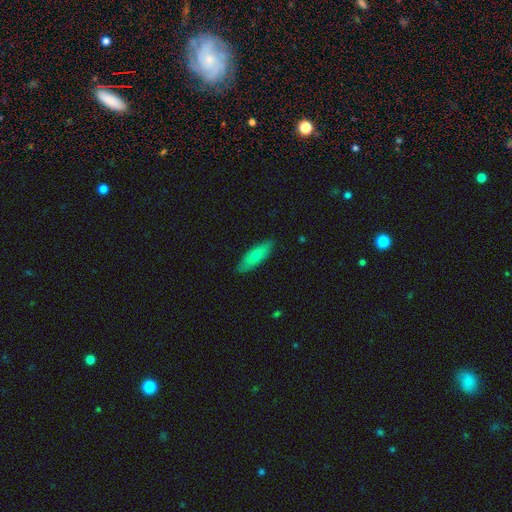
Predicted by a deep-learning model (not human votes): Overall: smooth (72%). How rounded: in between (54%; cigar-shaped 44%). Merging: none (85%).